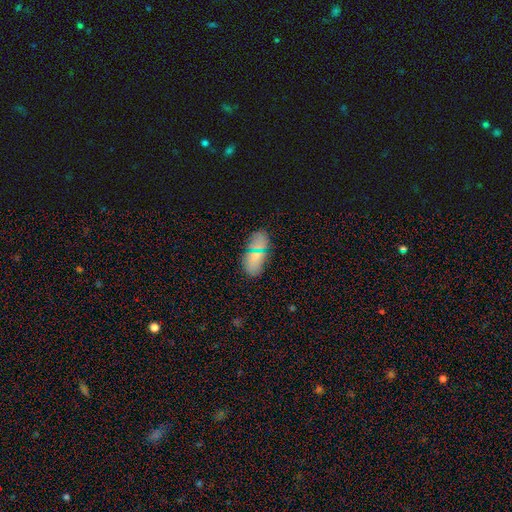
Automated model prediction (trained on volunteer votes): smooth_or_featured: smooth (p=0.69) [alt: star or artifact p=0.20]
how_rounded: in between (p=0.91) [alt: round p=0.05]
merging: none (p=0.85) [alt: minor disturbance p=0.11]